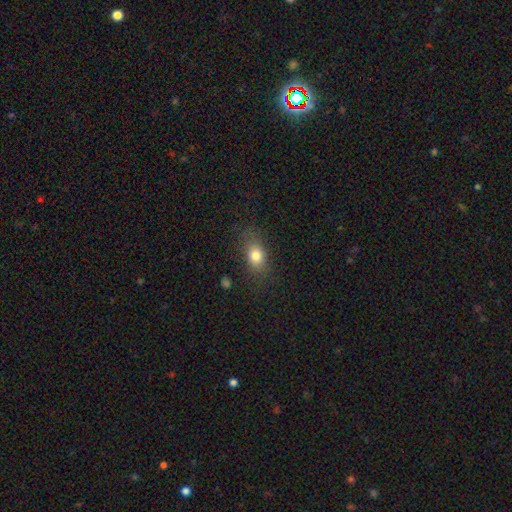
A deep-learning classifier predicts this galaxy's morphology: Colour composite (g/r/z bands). It shows a smooth galaxy with no disk features (79%) that is in between round and cigar-shaped (73%). Merging: none (77%).